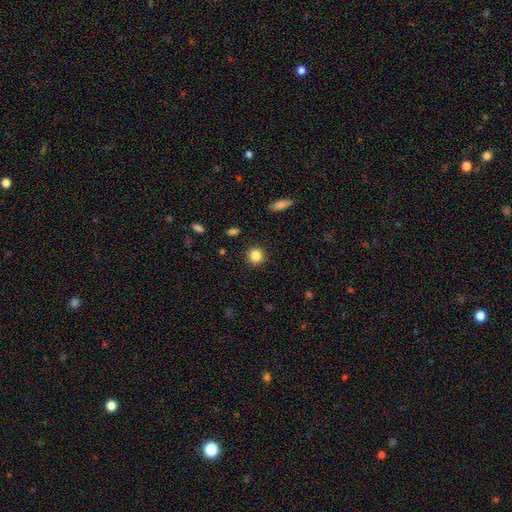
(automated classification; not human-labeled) Smooth or featured: smooth — 85% (star or artifact — 10%)
How rounded: round — 92% (in between — 7%)
Merging: none — 92% (minor disturbance — 5%)